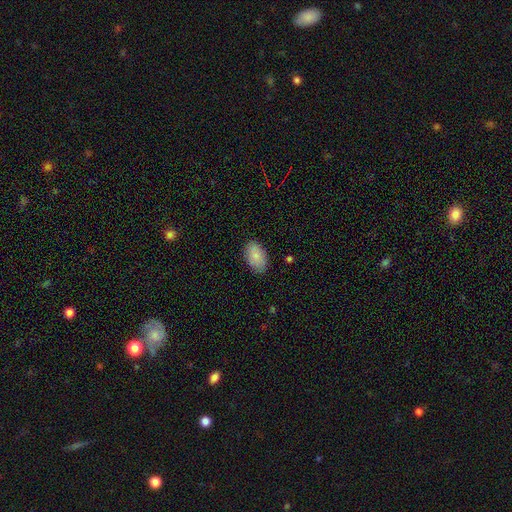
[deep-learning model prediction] smooth 85%, featured or disk 9%, star or artifact 6%. Down the decision tree: how rounded — in between (94%); merging — none (85%).